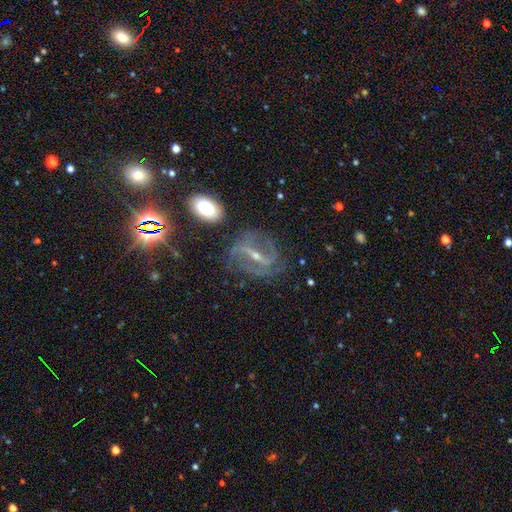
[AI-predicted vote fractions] The model was most divided on "spiral winding": medium: 45%, tight: 28%, loose: 27%. More confident: spiral arms — yes (91%); edge-on disk — no (91%); smooth or featured — featured or disk (83%); merging — none (68%); bar — strong (68%); spiral arm count — 2 (66%); bulge size — small (64%).